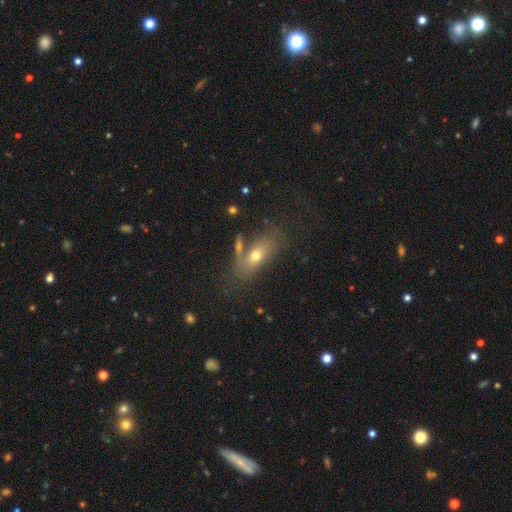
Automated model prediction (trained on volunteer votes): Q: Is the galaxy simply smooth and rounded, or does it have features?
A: smooth — 61%.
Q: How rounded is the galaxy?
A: in between — 76%.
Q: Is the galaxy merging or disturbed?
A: none — 61%.